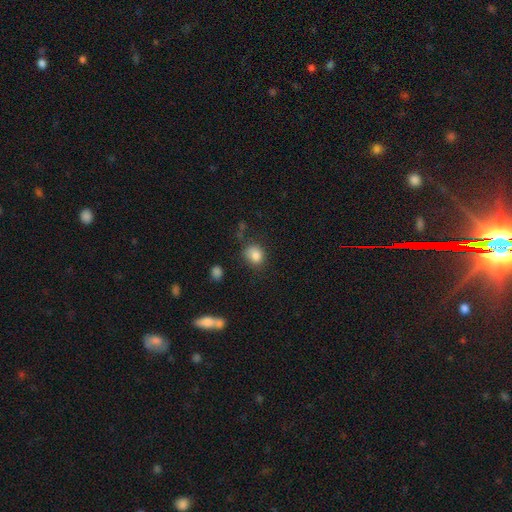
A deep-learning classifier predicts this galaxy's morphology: smooth-or-featured: smooth: 84% | star or artifact: 10% | featured or disk: 6%
  how-rounded: round: 58% | in between: 41% | cigar-shaped: 1%
  merging: none: 69% | minor disturbance: 20% | major disturbance: 7% | merger: 4%